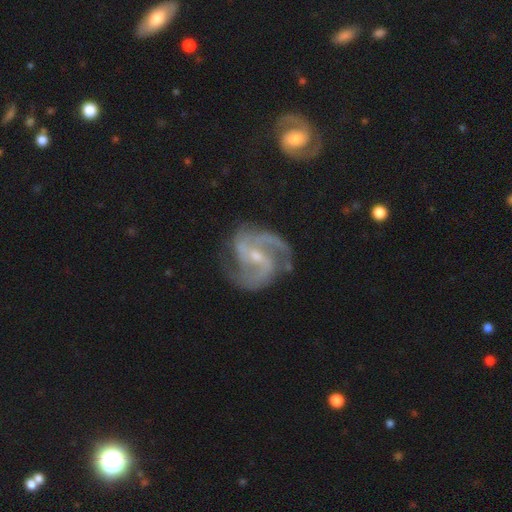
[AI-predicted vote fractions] Smooth or featured? Predicted: featured or disk (p=0.92). Edge-on disk? Predicted: no (p=0.98). Bar? Predicted: weak (p=0.48). Spiral arms? Predicted: yes (p=0.98). Spiral winding? Predicted: medium (p=0.60). Spiral arm count? Predicted: 2 (p=0.67). Bulge size? Predicted: small (p=0.62). Merging? Predicted: none (p=0.70).